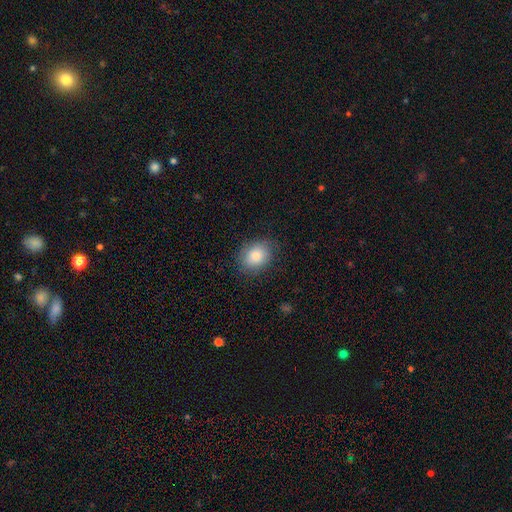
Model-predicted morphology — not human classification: This is clearly a smooth galaxy (83%). How rounded: possibly in between (53%). Merging: clearly none (84%).